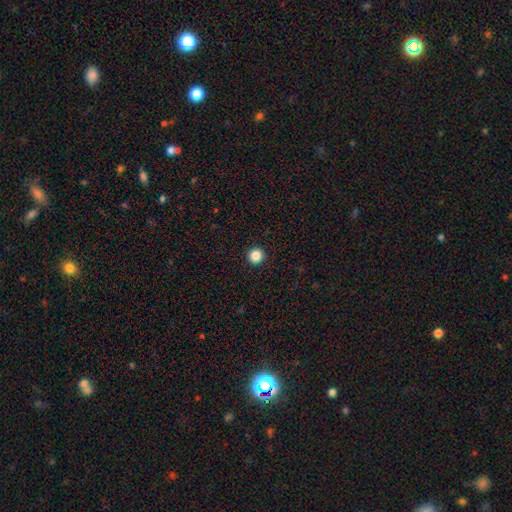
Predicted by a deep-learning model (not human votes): smooth-or-featured: smooth: 87% | star or artifact: 10% | featured or disk: 3%
  how-rounded: round: 96% | in between: 3% | cigar-shaped: 1%
  merging: none: 94% | minor disturbance: 4% | major disturbance: 1% | merger: 1%